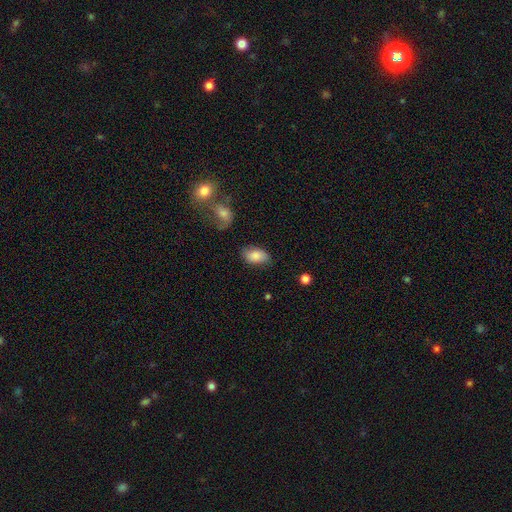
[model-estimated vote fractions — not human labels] Smooth or featured? smooth (84%)
How rounded? in between (93%)
Merging? none (74%)